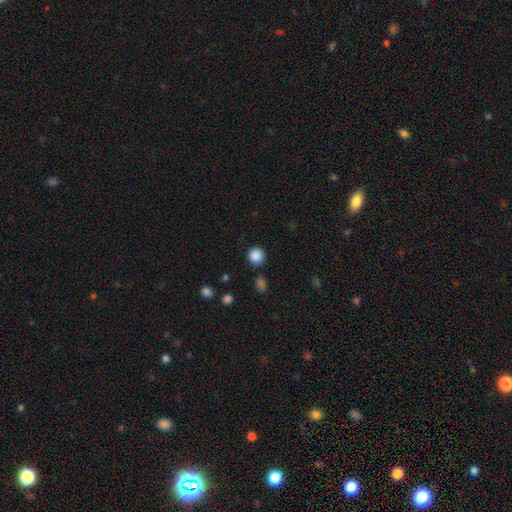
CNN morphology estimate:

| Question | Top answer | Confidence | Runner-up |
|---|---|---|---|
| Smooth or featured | smooth | 87% | star or artifact (10%) |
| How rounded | round | 93% | in between (6%) |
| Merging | none | 88% | minor disturbance (7%) |